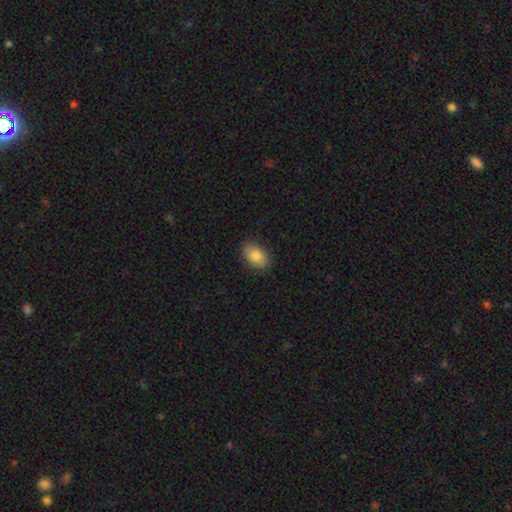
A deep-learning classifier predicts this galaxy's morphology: Smooth or featured? smooth (83%)
How rounded? in between (87%)
Merging? none (86%)